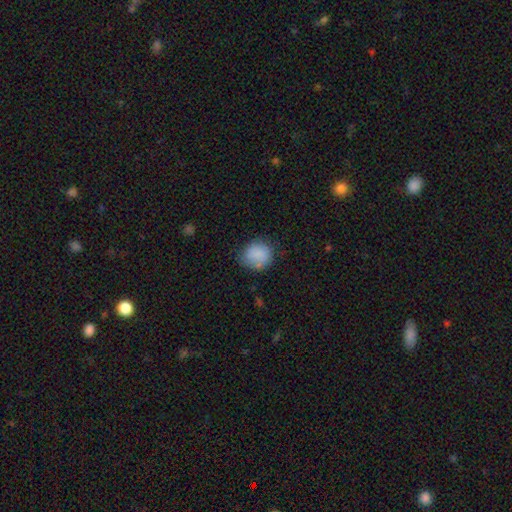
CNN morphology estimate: Smooth or featured: smooth — 84% (featured or disk — 8%)
How rounded: round — 75% (in between — 24%)
Merging: none — 68% (minor disturbance — 23%)